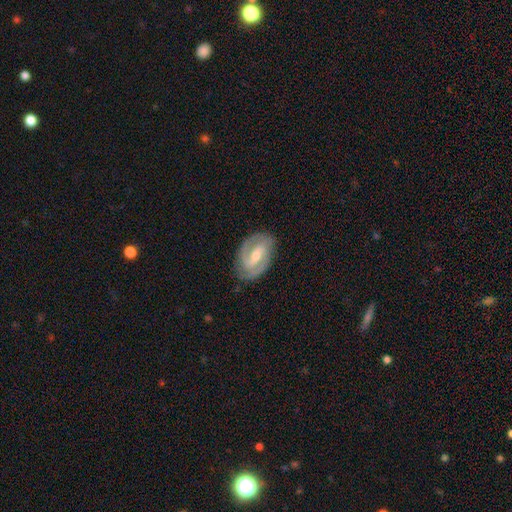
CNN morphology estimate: Smooth or featured?
  - featured or disk: 85% *
  - smooth: 10%
  - star or artifact: 5%
Edge-on disk?
  - no: 96% *
  - yes: 4%
Bar?
  - weak: 48% *
  - strong: 33%
  - no: 19%
Spiral arms?
  - yes: 95% *
  - no: 5%
Spiral winding?
  - medium: 45% *
  - tight: 44%
  - loose: 11%
Spiral arm count?
  - 2: 87% *
  - can't tell: 5%
  - 3: 3%
  - 1: 2%
  - 4: 1%
  - more than 4: 1%
Bulge size?
  - moderate: 50% *
  - small: 45%
  - large: 2%
  - none: 2%
  - dominant: 1%
Merging?
  - none: 83% *
  - minor disturbance: 13%
  - major disturbance: 3%
  - merger: 1%